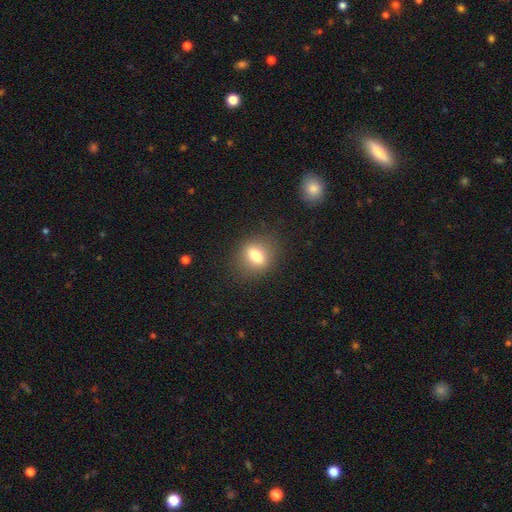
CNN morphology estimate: smooth-or-featured: smooth: 73% | featured or disk: 16% | star or artifact: 11%
  how-rounded: in between: 50% | round: 46% | cigar-shaped: 3%
  merging: none: 84% | minor disturbance: 10% | major disturbance: 4% | merger: 1%